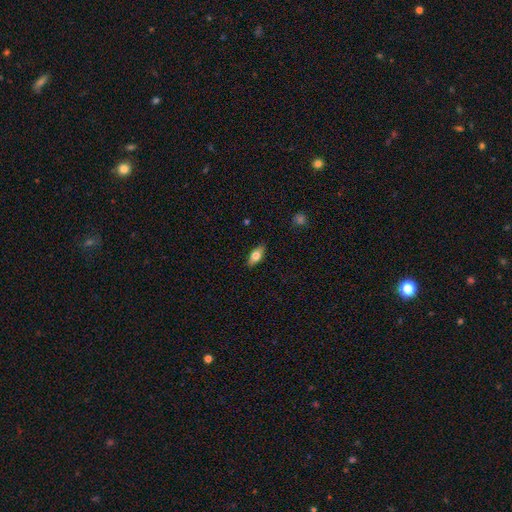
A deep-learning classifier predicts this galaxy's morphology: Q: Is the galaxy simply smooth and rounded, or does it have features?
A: smooth — 67%.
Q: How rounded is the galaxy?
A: in between — 80%.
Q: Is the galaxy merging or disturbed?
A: none — 87%.